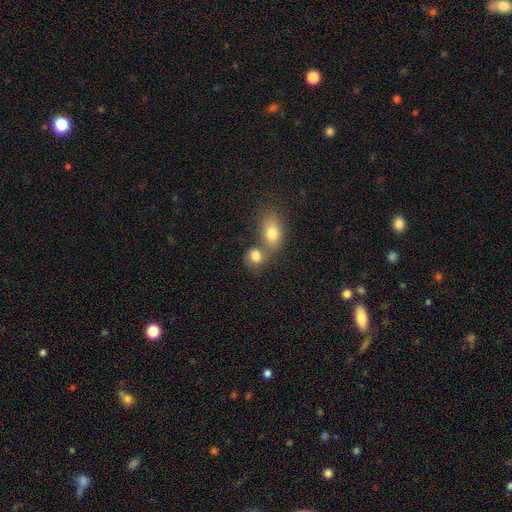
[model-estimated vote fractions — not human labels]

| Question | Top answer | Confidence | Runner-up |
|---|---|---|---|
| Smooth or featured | smooth | 80% | featured or disk (11%) |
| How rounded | round | 56% | in between (42%) |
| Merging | merger | 53% | none (34%) |